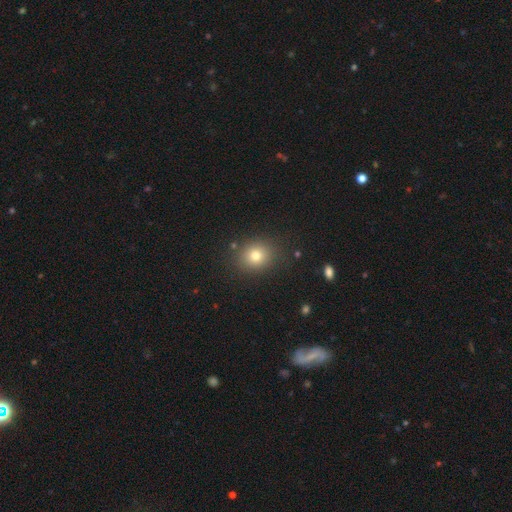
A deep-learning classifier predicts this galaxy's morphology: Q: Smooth or featured?
A: smooth (77%); runner-up: star or artifact (14%)
Q: How rounded?
A: round (67%); runner-up: in between (32%)
Q: Merging?
A: none (86%); runner-up: minor disturbance (9%)